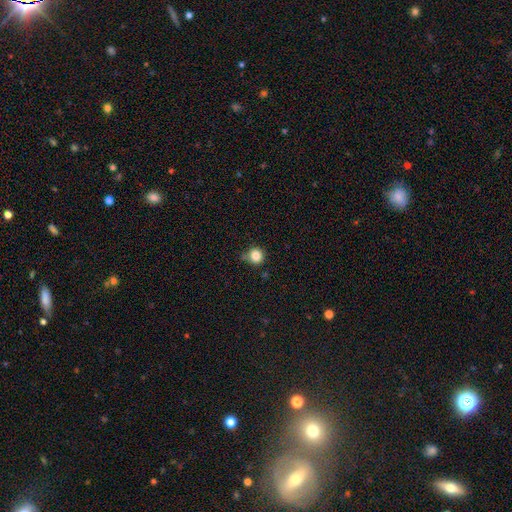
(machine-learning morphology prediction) smooth 84%, star or artifact 11%, featured or disk 5%. Down the decision tree: how rounded — round (90%); merging — none (68%).